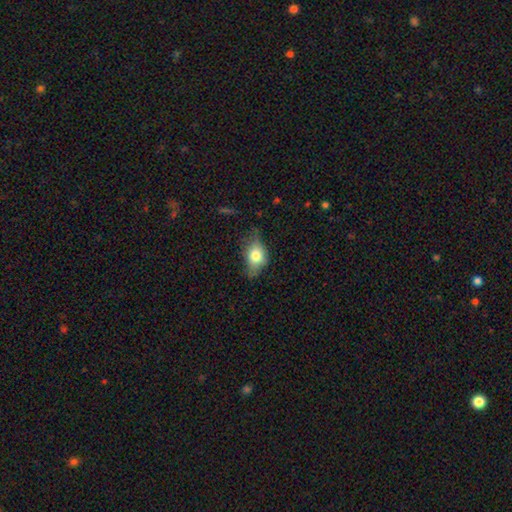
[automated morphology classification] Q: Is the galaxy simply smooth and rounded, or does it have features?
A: smooth — 74%.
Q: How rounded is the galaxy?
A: in between — 78%.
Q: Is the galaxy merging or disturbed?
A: none — 51%.